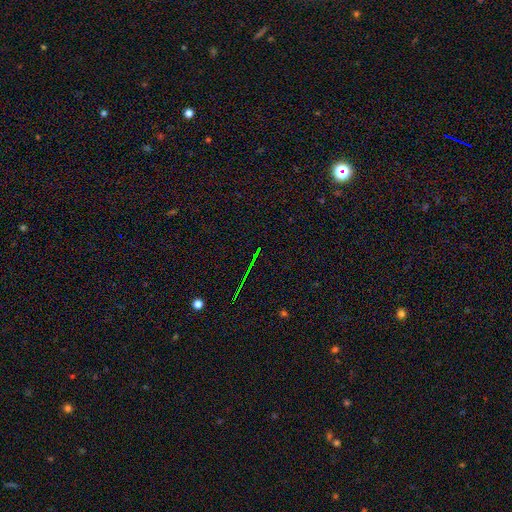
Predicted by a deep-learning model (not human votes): Morphology: type=star or artifact (79%).